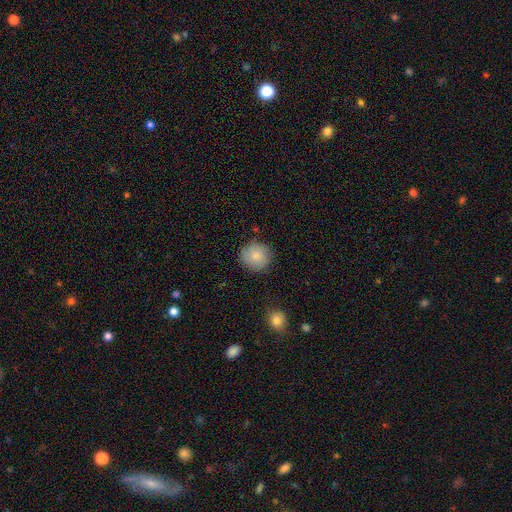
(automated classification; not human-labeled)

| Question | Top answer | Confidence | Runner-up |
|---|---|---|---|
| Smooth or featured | smooth | 82% | featured or disk (10%) |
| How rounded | round | 91% | in between (8%) |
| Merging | none | 83% | minor disturbance (12%) |